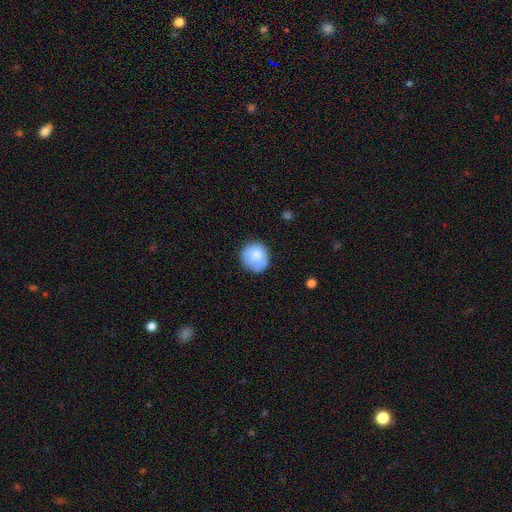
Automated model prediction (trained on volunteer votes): A smooth galaxy with no disk features (79%) that is round (90%).

Vote fractions:
- Smooth or featured? smooth: 79% / featured or disk: 14% / star or artifact: 7%
- How rounded? round: 90% / in between: 9% / cigar-shaped: 1%
- Merging? none: 79% / minor disturbance: 16% / major disturbance: 4% / merger: 1%